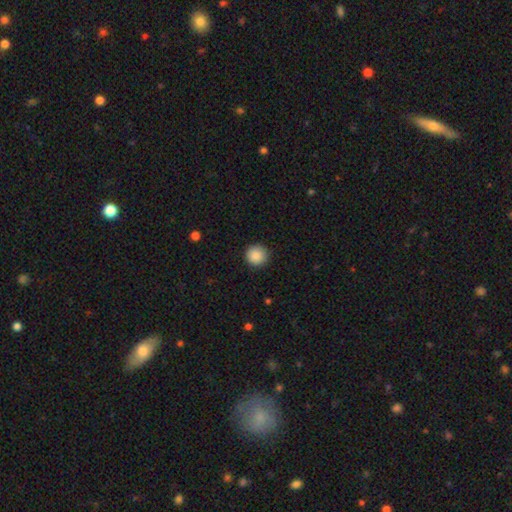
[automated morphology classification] The model was most divided on "smooth or featured": smooth: 88%, star or artifact: 8%, featured or disk: 3%. More confident: how rounded — round (95%); merging — none (91%).